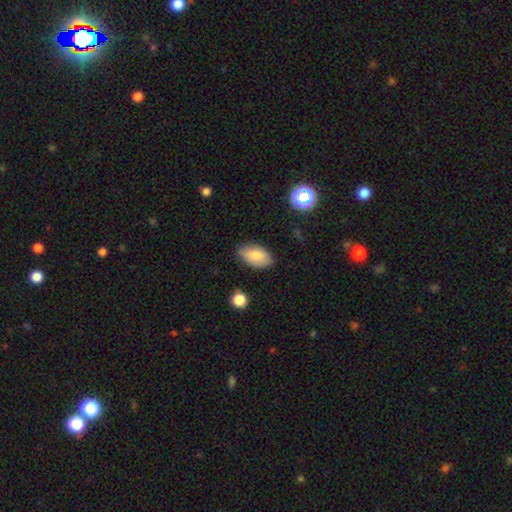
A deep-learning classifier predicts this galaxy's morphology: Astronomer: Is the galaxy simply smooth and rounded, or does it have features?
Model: smooth — 81%.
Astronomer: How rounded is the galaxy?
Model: in between — 94%.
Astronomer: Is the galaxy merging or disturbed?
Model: none — 81%.